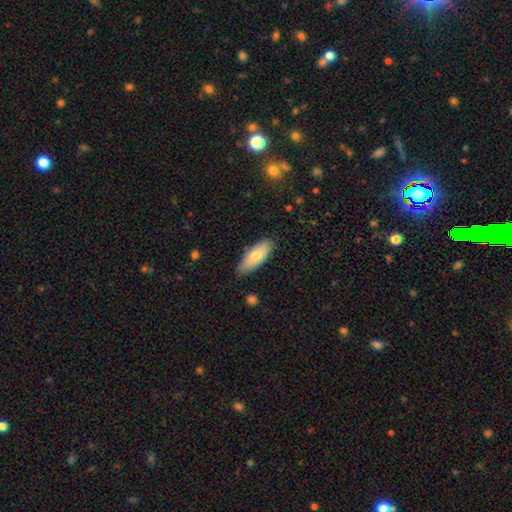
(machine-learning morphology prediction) smooth_or_featured: smooth (p=0.73) [alt: featured or disk p=0.21]
how_rounded: in between (p=0.78) [alt: cigar-shaped p=0.20]
merging: none (p=0.77) [alt: minor disturbance p=0.19]